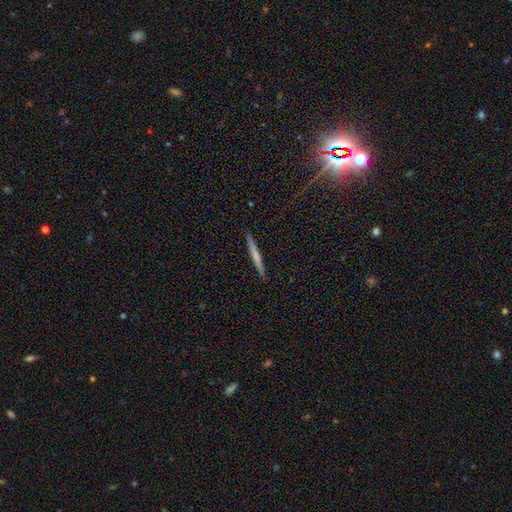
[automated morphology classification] smooth_or_featured: smooth (p=0.57) [alt: featured or disk p=0.37]
how_rounded: cigar-shaped (p=0.96) [alt: in between p=0.02]
merging: none (p=0.92) [alt: minor disturbance p=0.06]